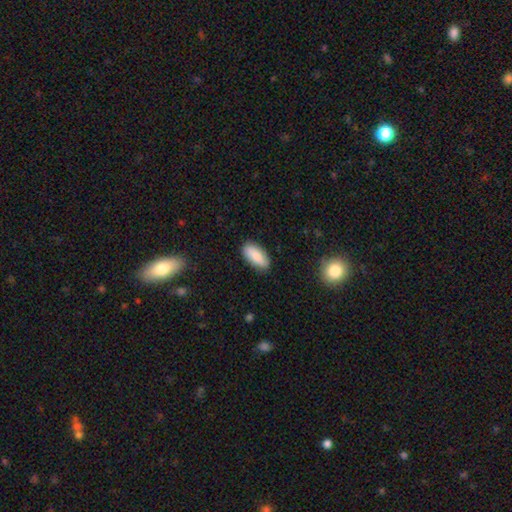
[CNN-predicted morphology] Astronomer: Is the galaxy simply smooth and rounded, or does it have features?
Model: smooth — 83%.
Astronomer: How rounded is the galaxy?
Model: in between — 88%.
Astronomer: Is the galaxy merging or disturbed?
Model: none — 84%.